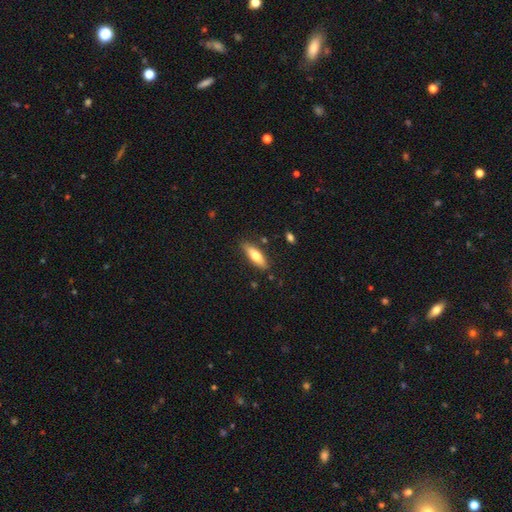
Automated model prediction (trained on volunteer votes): smooth 66%, featured or disk 28%, star or artifact 6%. Down the decision tree: how rounded — cigar-shaped (51%); merging — none (84%).